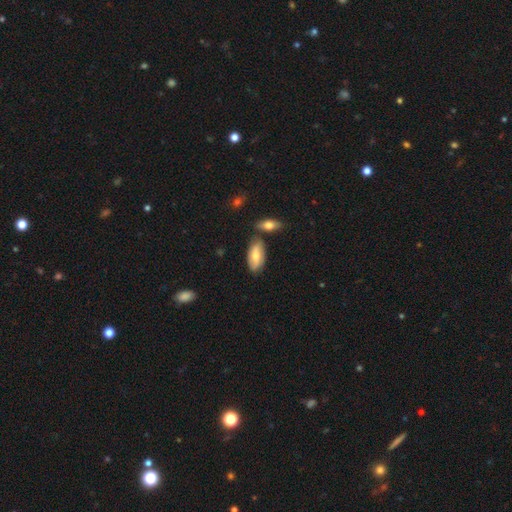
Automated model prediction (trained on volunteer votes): Q: Smooth or featured?
A: smooth (68%); runner-up: featured or disk (26%)
Q: How rounded?
A: in between (90%); runner-up: cigar-shaped (7%)
Q: Merging?
A: none (71%); runner-up: minor disturbance (15%)